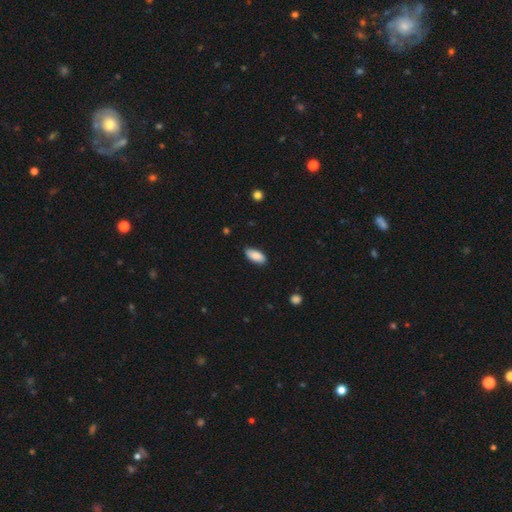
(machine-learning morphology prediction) This appears to be a smooth galaxy with no disk features (88%) that is in between round and cigar-shaped (91%). Merging: none (84%).